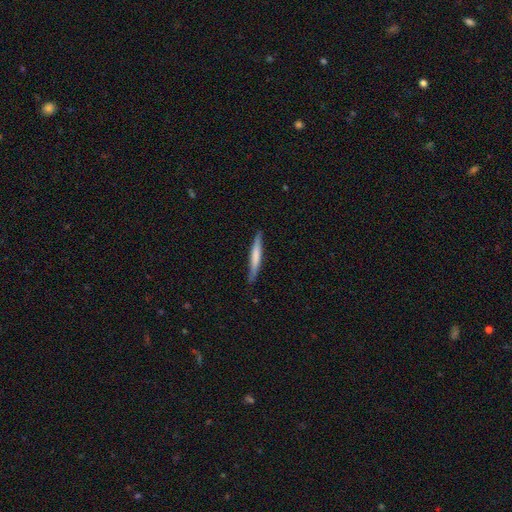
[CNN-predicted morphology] A smooth galaxy with no disk features (59%) that is cigar-shaped (95%).

Vote fractions:
- Smooth or featured? smooth: 59% / featured or disk: 36% / star or artifact: 5%
- How rounded? cigar-shaped: 95% / in between: 3% / round: 1%
- Merging? none: 86% / minor disturbance: 11% / major disturbance: 2% / merger: 1%